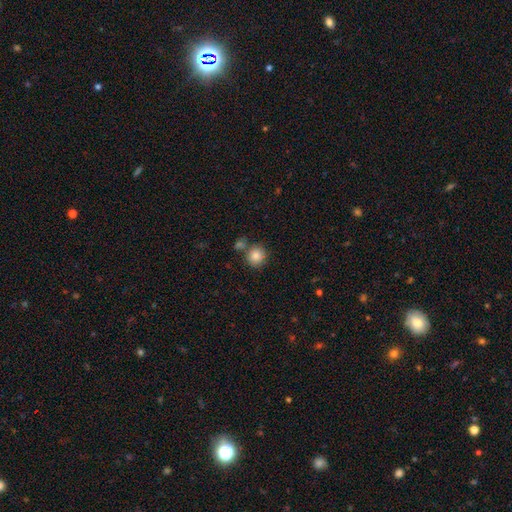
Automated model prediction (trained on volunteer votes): The model was most divided on "merging": none: 70%, merger: 17%, minor disturbance: 10%, major disturbance: 3%. More confident: how rounded — round (91%); smooth or featured — smooth (84%).